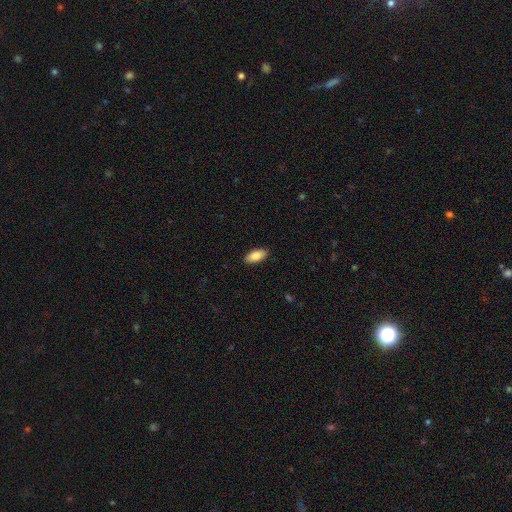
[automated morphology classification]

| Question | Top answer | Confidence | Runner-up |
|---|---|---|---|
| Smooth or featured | smooth | 88% | featured or disk (6%) |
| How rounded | in between | 89% | cigar-shaped (9%) |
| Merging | none | 89% | minor disturbance (9%) |